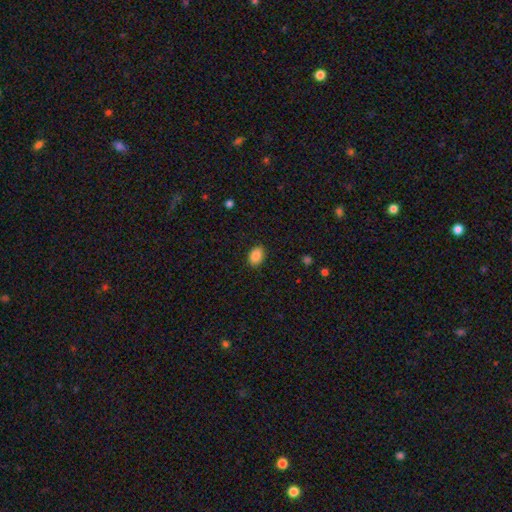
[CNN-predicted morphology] This appears to be a smooth galaxy with no disk features (88%) that is in between round and cigar-shaped (80%). Merging: none (89%).